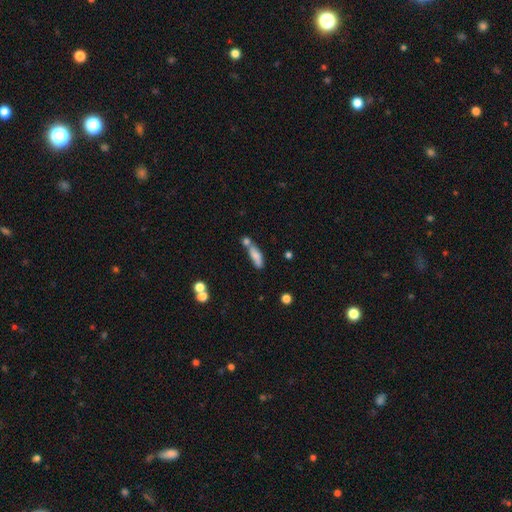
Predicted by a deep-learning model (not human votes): Q: Smooth or featured?
A: smooth (74%); runner-up: featured or disk (18%)
Q: How rounded?
A: in between (49%); runner-up: cigar-shaped (48%)
Q: Merging?
A: none (40%); runner-up: merger (35%)